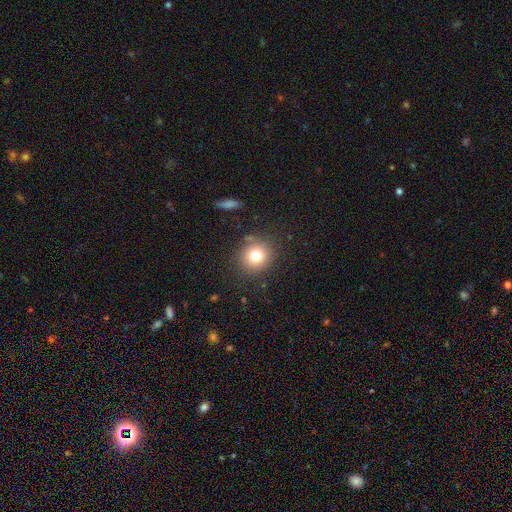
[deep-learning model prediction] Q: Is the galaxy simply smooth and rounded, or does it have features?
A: smooth — 76%.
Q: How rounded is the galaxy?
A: round — 87%.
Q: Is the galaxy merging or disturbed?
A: none — 83%.